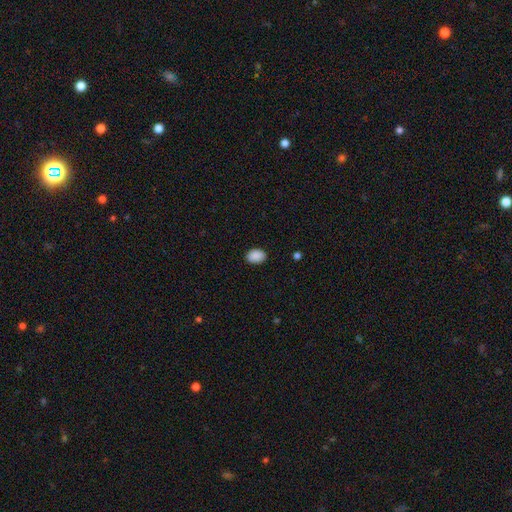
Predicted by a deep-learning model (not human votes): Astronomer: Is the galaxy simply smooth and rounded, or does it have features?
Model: smooth — 90%.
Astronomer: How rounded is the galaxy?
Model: in between — 76%.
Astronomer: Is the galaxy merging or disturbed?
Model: none — 87%.